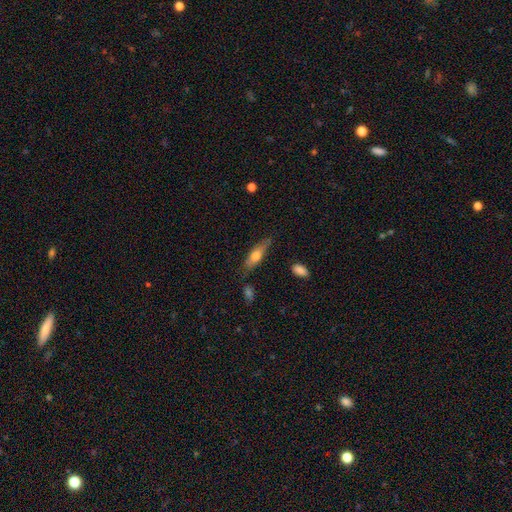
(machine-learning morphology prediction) Smooth or featured: smooth — 61% (featured or disk — 33%)
How rounded: cigar-shaped — 54% (in between — 44%)
Merging: none — 72% (minor disturbance — 20%)